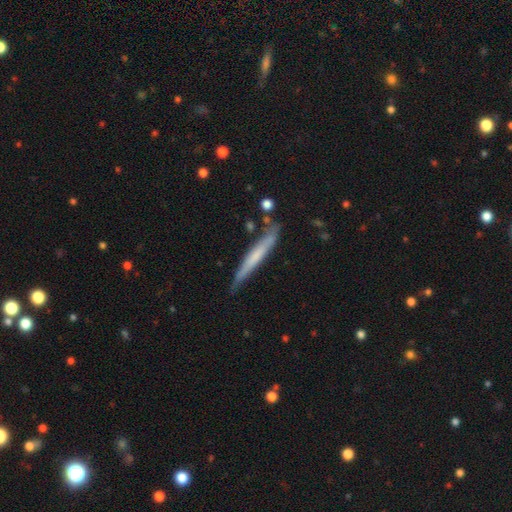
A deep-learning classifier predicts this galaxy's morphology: Overall: smooth (51%; featured or disk 43%). How rounded: cigar-shaped (95%). Merging: none (72%).